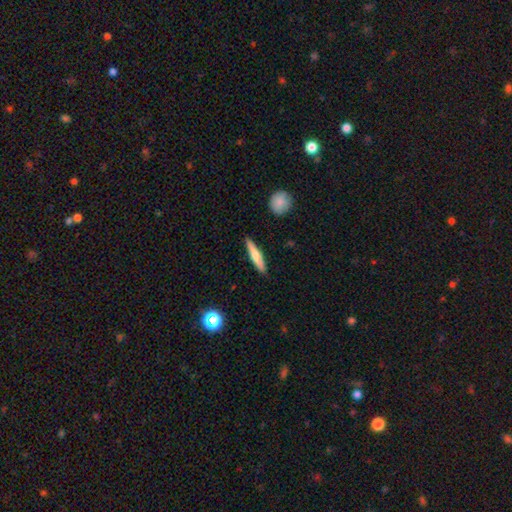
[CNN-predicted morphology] Overall: smooth (59%; featured or disk 35%). How rounded: cigar-shaped (87%). Merging: none (90%).